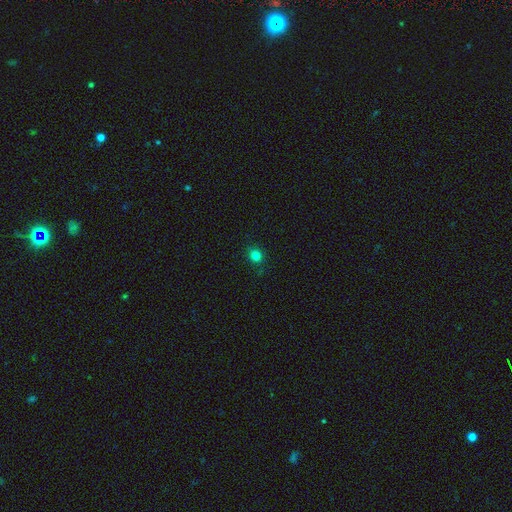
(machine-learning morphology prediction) A smooth galaxy with no disk features (81%) that is round (85%). Merging: none (87%).